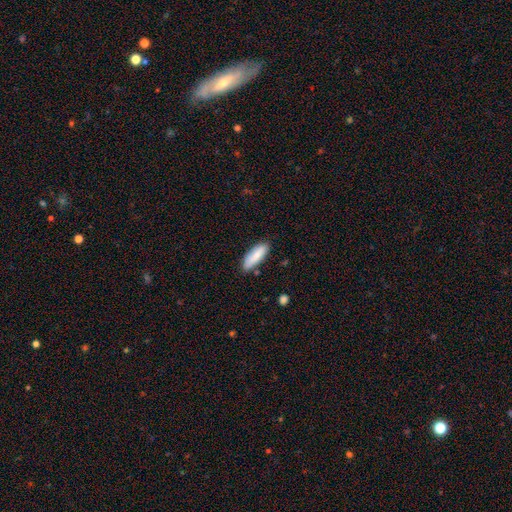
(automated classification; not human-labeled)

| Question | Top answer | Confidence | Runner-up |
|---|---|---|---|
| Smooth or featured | smooth | 81% | featured or disk (13%) |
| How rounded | in between | 61% | cigar-shaped (37%) |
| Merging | none | 80% | minor disturbance (15%) |